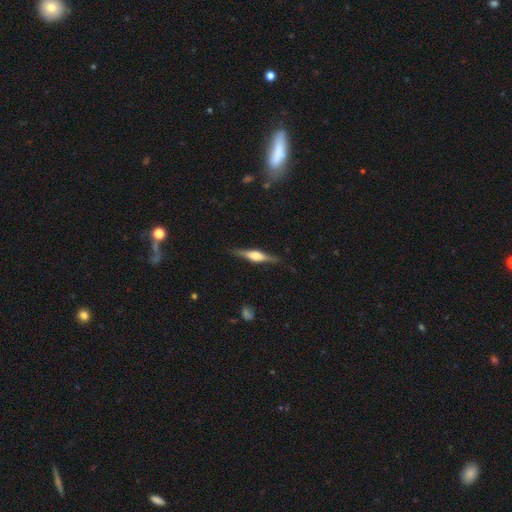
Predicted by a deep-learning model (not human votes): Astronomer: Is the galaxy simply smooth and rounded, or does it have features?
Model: featured or disk — 71%.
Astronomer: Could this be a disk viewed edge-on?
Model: yes — 97%.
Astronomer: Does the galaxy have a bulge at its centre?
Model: rounded — 86%.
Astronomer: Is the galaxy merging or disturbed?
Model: none — 87%.